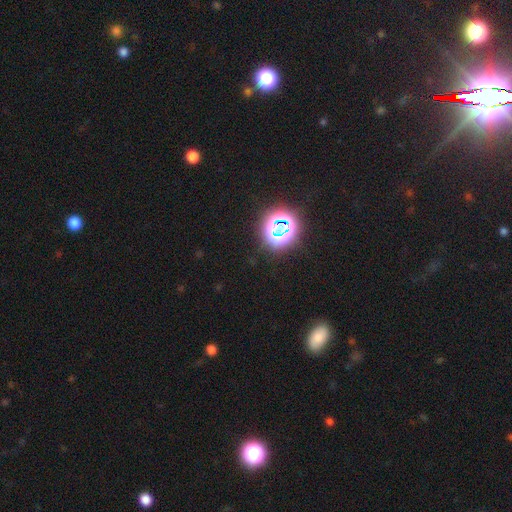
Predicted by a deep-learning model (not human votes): A star or artifact, not a galaxy (76%).

Vote fractions:
- Smooth or featured? star or artifact: 76% / smooth: 17% / featured or disk: 7%